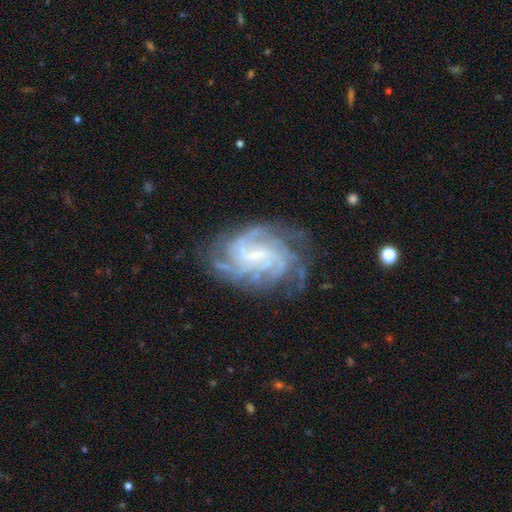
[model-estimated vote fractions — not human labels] Smooth or featured? Predicted: featured or disk (p=0.86). Edge-on disk? Predicted: no (p=0.98). Bar? Predicted: weak (p=0.54). Spiral arms? Predicted: yes (p=0.96). Spiral winding? Predicted: tight (p=0.54). Spiral arm count? Predicted: can't tell (p=0.30). Bulge size? Predicted: small (p=0.53). Merging? Predicted: none (p=0.68).